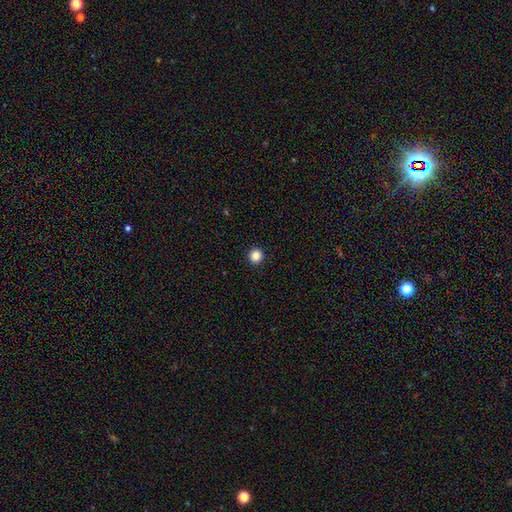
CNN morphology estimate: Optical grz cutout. It shows a smooth galaxy with no disk features (87%) that is round (94%). Merging: none (93%).